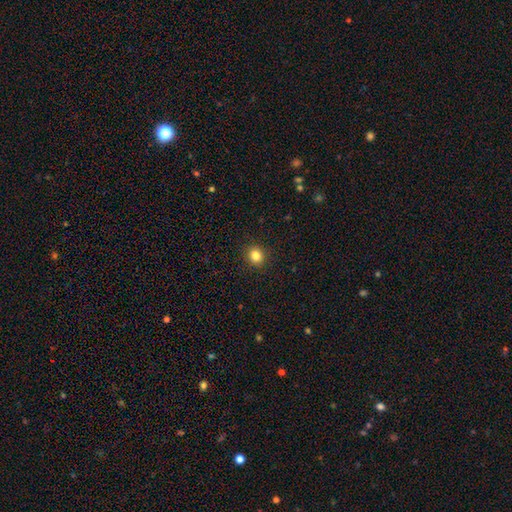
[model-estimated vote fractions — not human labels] smooth_or_featured: smooth (p=0.83) [alt: star or artifact p=0.12]
how_rounded: round (p=0.83) [alt: in between p=0.16]
merging: none (p=0.92) [alt: minor disturbance p=0.05]